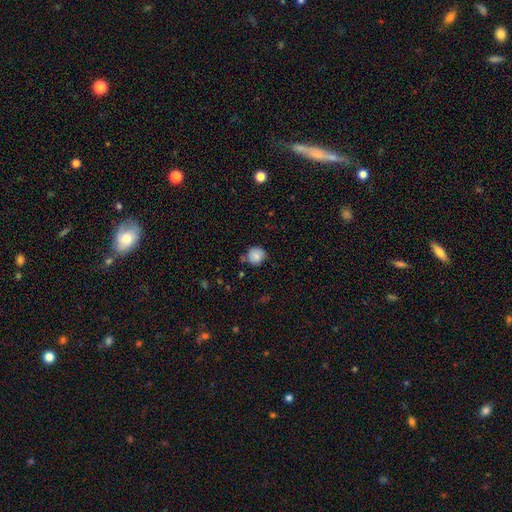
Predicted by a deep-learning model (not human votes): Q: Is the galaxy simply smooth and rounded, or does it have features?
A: smooth — 82%.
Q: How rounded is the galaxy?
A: round — 87%.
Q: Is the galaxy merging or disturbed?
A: none — 70%.